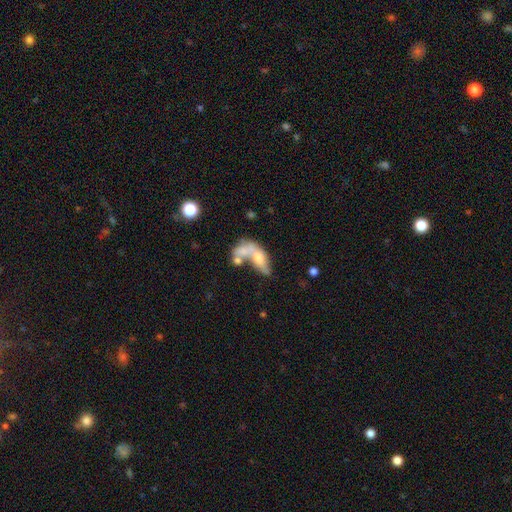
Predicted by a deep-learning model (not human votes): Smooth or featured? smooth (46%)
Merging? merger (59%)